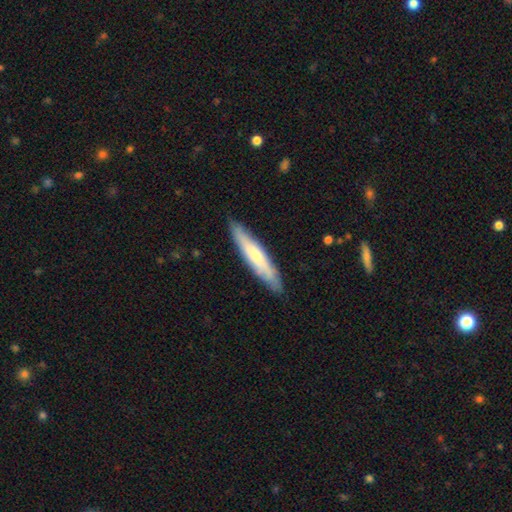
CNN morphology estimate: This is possibly a smooth galaxy (57%). How rounded: clearly cigar-shaped (89%). Merging: clearly none (87%).